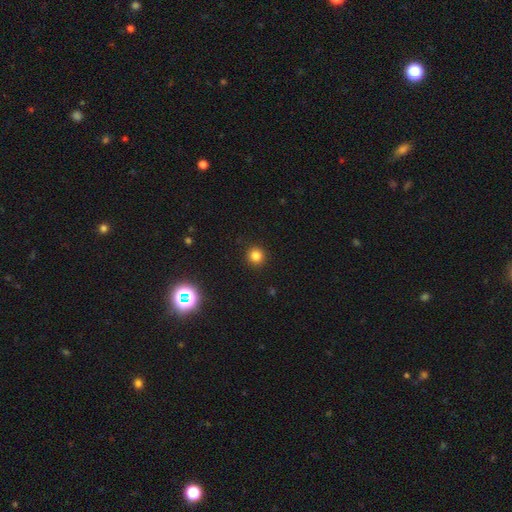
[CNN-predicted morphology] This appears to be a smooth galaxy with no disk features (81%) that is round (94%). Merging: none (92%).